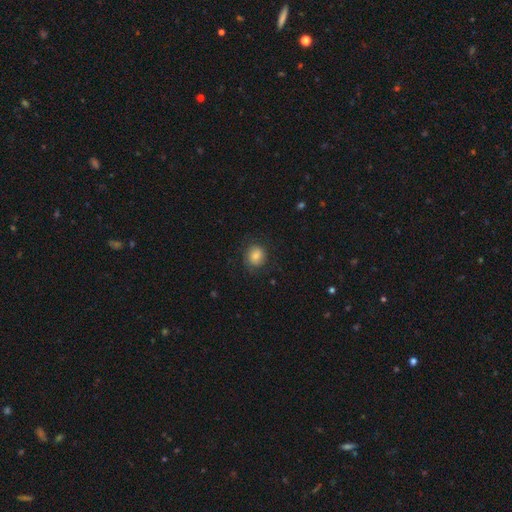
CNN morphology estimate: Overall: smooth (80%). How rounded: round (74%). Merging: none (79%).